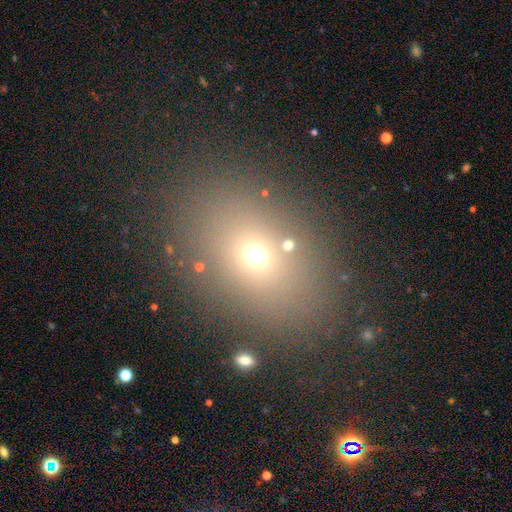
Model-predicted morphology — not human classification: smooth_or_featured: smooth (p=0.64) [alt: star or artifact p=0.23]
how_rounded: in between (p=0.65) [alt: round p=0.34]
merging: none (p=0.81) [alt: minor disturbance p=0.10]